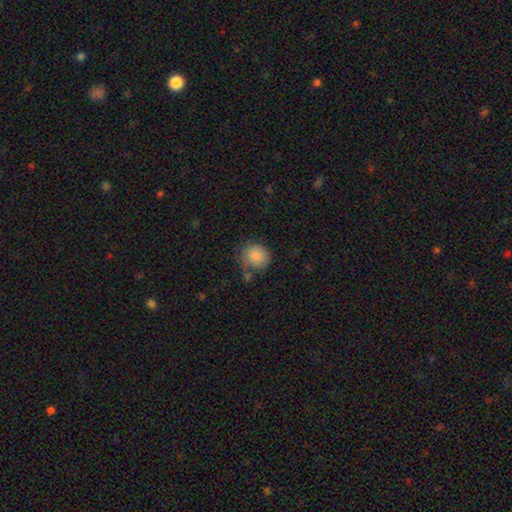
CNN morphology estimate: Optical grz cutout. It shows a smooth galaxy with no disk features (86%) that is round (89%). Merging: none (65%).